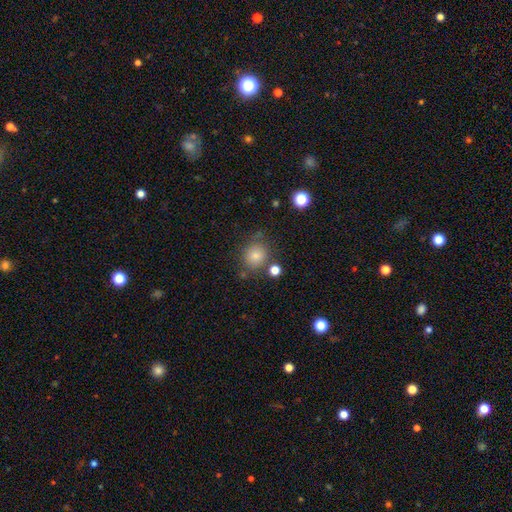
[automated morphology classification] This appears to be a smooth galaxy with no disk features (80%) that is round (83%). Merging: none (74%).